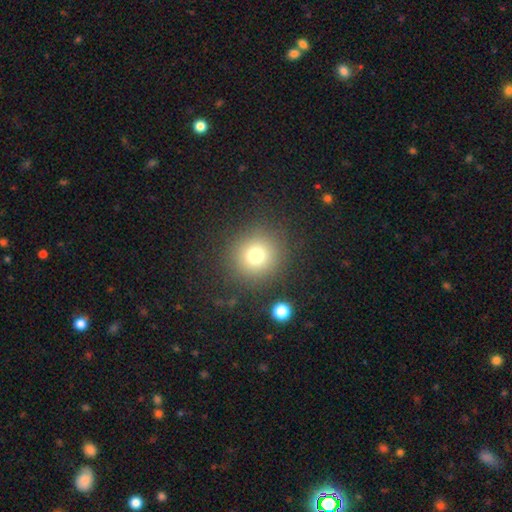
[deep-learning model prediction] A smooth galaxy with no disk features (75%) that is round (93%). Merging: none (86%).